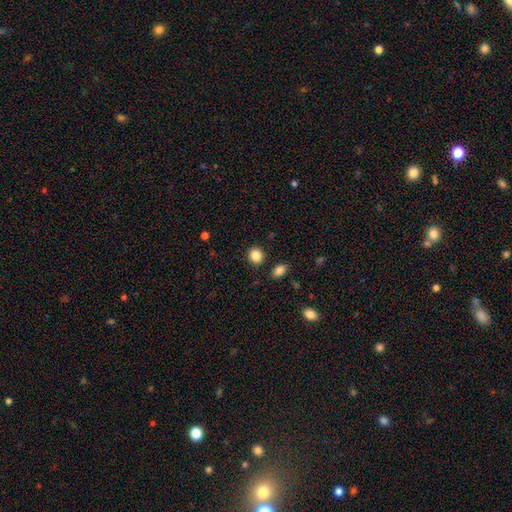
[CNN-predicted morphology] The model was most divided on "how rounded": round: 74%, in between: 25%, cigar-shaped: 1%. More confident: smooth or featured — smooth (86%); merging — none (86%).